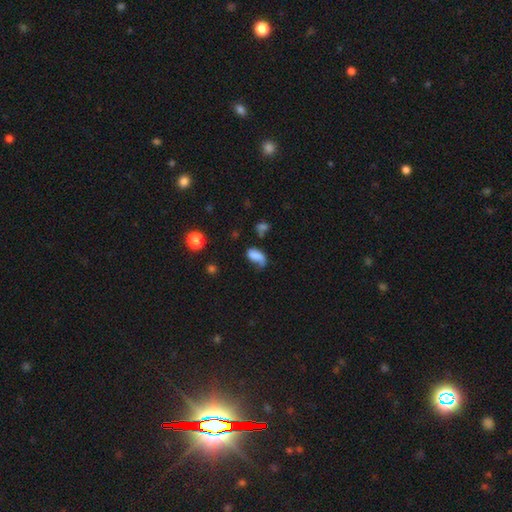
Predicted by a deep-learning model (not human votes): Smooth or featured: smooth — 70% (featured or disk — 18%)
How rounded: in between — 88% (round — 7%)
Merging: none — 37% (minor disturbance — 29%)